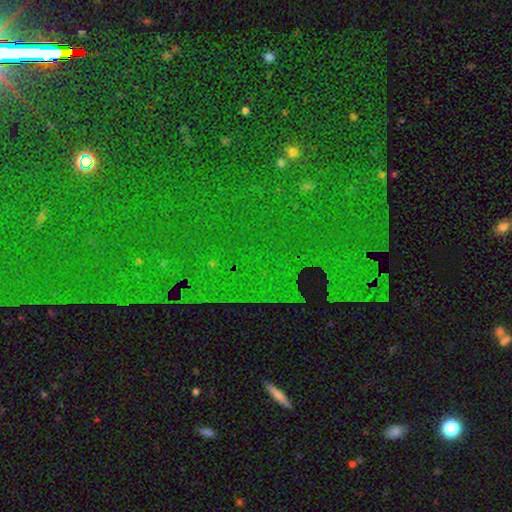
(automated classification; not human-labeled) Smooth or featured? star or artifact (81%)